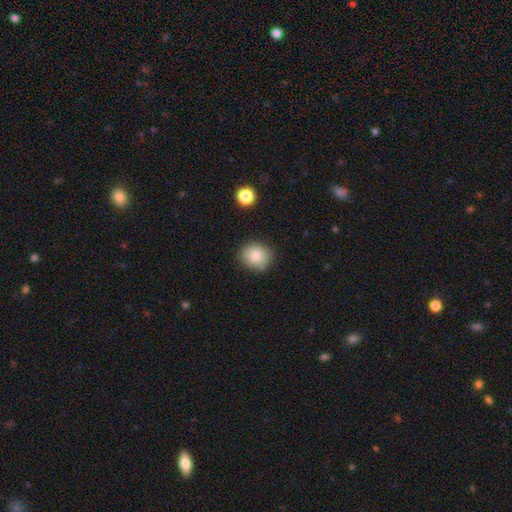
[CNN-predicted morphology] Overall: smooth (82%). How rounded: round (70%). Merging: none (81%).